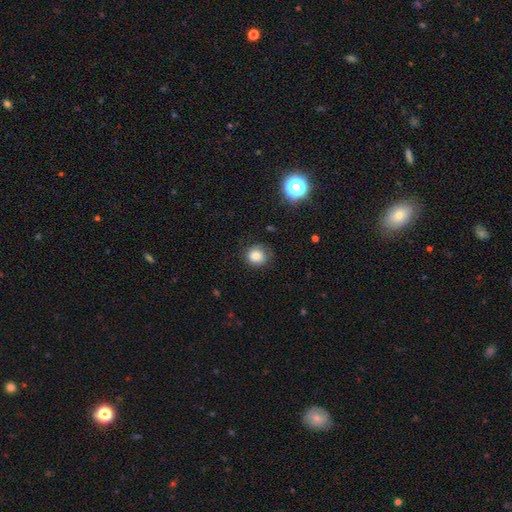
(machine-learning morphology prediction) Overall: smooth (82%). How rounded: round (79%). Merging: none (70%).